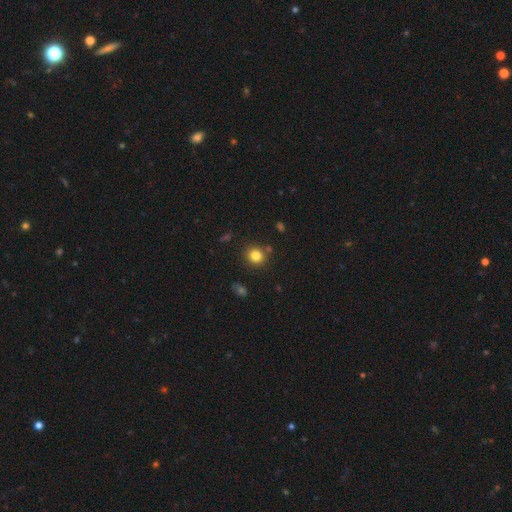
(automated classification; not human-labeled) smooth 82%, star or artifact 12%, featured or disk 6%. Down the decision tree: how rounded — round (84%); merging — none (84%).